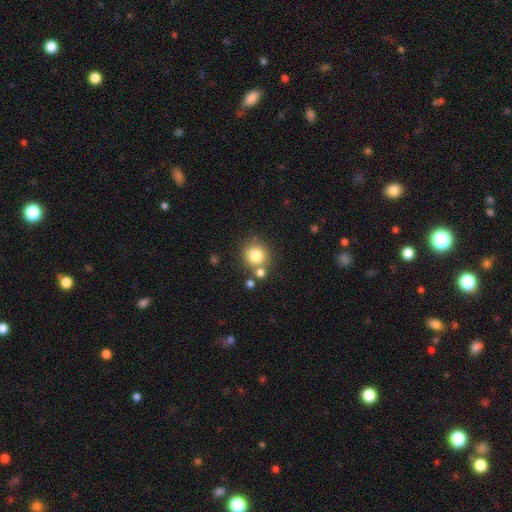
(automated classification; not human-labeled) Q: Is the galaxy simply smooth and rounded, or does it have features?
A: smooth — 79%.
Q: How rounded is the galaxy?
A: round — 90%.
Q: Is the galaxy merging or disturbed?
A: none — 74%.